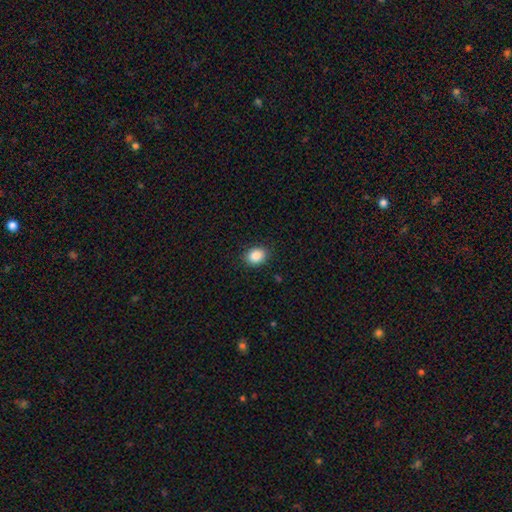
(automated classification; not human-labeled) A smooth galaxy with no disk features (88%) that is in between round and cigar-shaped (52%). Merging: none (88%).